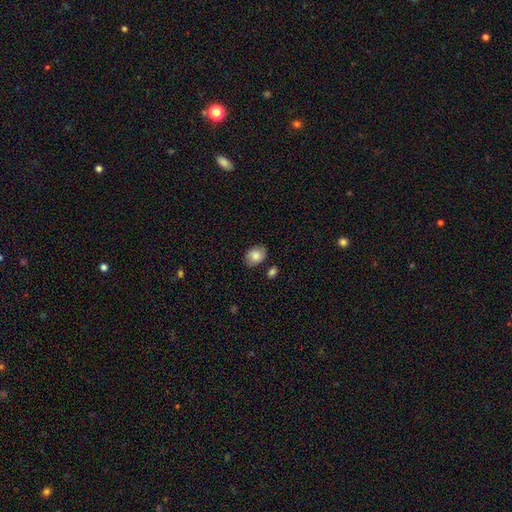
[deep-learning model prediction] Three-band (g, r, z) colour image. It shows a smooth galaxy with no disk features (81%) that is in between round and cigar-shaped (69%). Merging: none (78%).